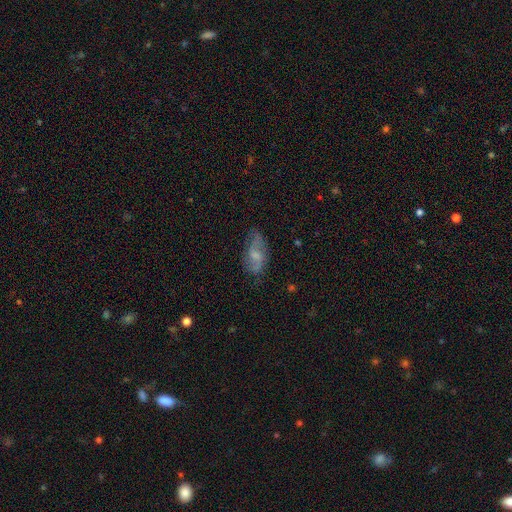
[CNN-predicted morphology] Smooth or featured? Predicted: featured or disk (p=0.54). Edge-on disk? Predicted: no (p=0.93). Merging? Predicted: none (p=0.64).